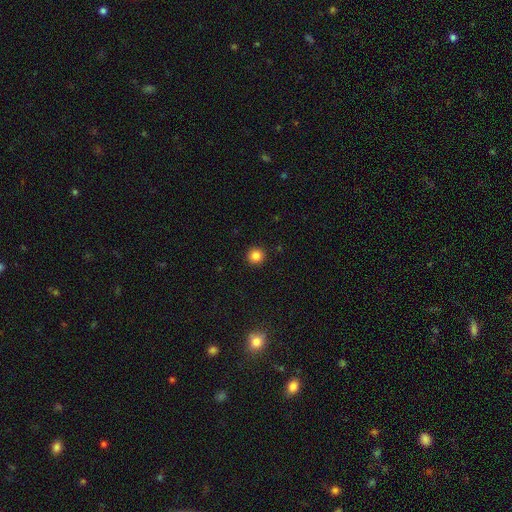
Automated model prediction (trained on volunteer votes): Q: Smooth or featured?
A: smooth (85%); runner-up: star or artifact (11%)
Q: How rounded?
A: round (94%); runner-up: in between (5%)
Q: Merging?
A: none (92%); runner-up: minor disturbance (5%)